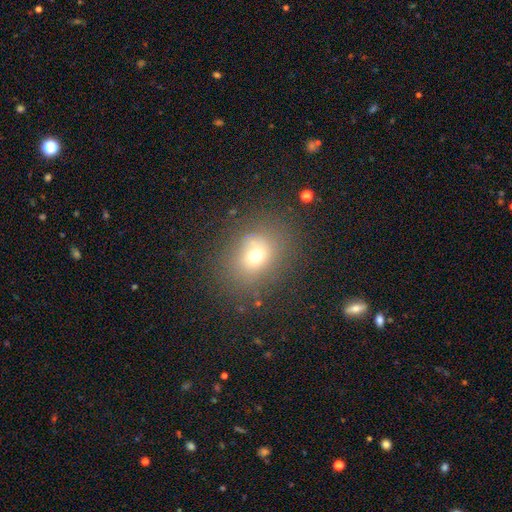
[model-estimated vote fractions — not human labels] smooth-or-featured: smooth: 66% | star or artifact: 18% | featured or disk: 15%
  how-rounded: round: 62% | in between: 37% | cigar-shaped: 1%
  merging: none: 76% | minor disturbance: 14% | major disturbance: 7% | merger: 2%